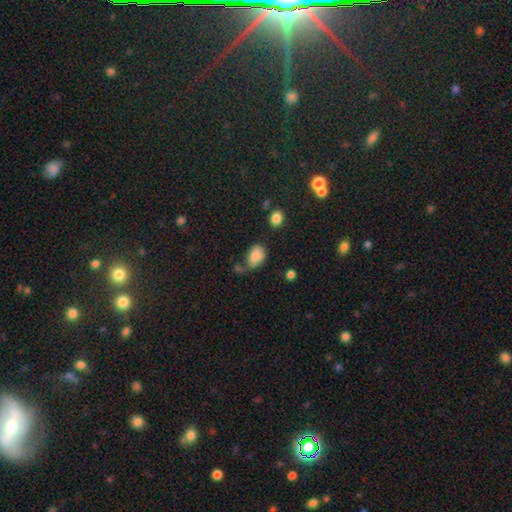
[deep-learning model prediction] Smooth or featured? Predicted: smooth (p=0.81). How rounded? Predicted: in between (p=0.84). Merging? Predicted: none (p=0.44).